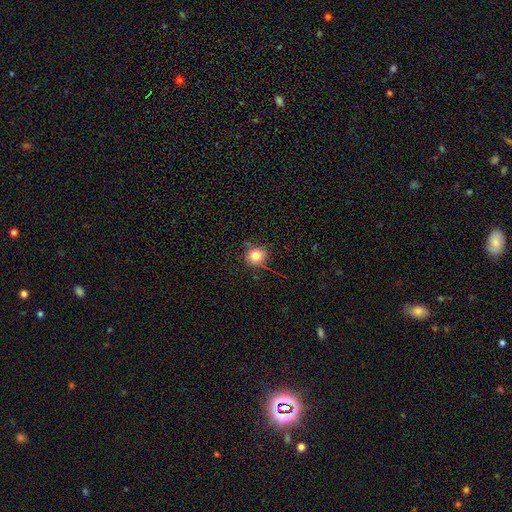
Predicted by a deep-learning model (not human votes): Smooth or featured: smooth — 79% (star or artifact — 12%)
How rounded: round — 87% (in between — 12%)
Merging: none — 79% (minor disturbance — 14%)